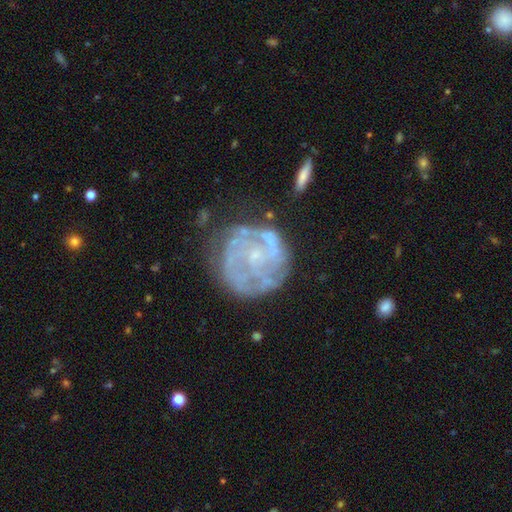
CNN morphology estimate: smooth-or-featured: featured or disk: 77% | smooth: 15% | star or artifact: 8%
  disk-edge-on: no: 98% | yes: 2%
    bar: no: 77% | weak: 19% | strong: 4%
    has-spiral-arms: yes: 69% | no: 31%
      spiral-winding: tight: 63% | medium: 26% | loose: 11%
      spiral-arm-count: can't tell: 48% | 3: 16% | 2: 15% | 4: 10% | more than 4: 6% | 1: 6%
    bulge-size: small: 70% | none: 15% | moderate: 13% | large: 1% | dominant: 1%
  merging: none: 61% | minor disturbance: 21% | major disturbance: 14% | merger: 4%